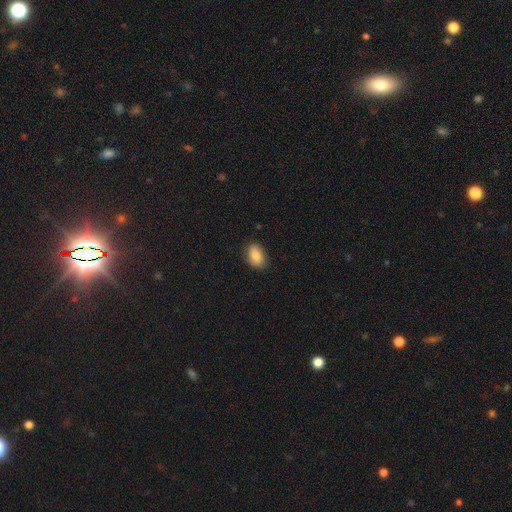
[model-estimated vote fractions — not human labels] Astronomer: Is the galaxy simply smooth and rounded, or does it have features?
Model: smooth — 85%.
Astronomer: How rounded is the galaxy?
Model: in between — 88%.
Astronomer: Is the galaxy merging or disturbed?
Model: none — 82%.